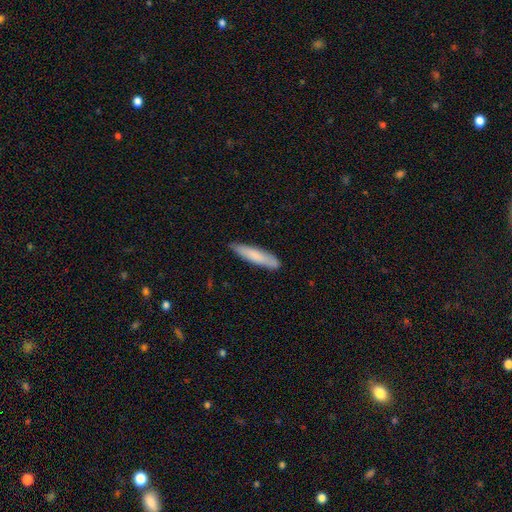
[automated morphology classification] Smooth or featured? Predicted: smooth (p=0.79). How rounded? Predicted: cigar-shaped (p=0.85). Merging? Predicted: none (p=0.83).